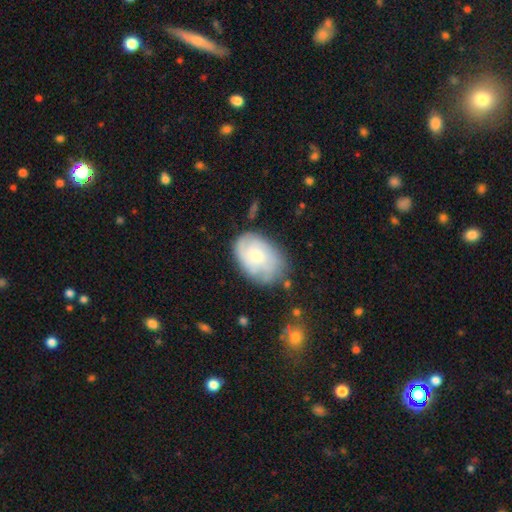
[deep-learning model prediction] Smooth or featured? featured or disk (51%)
Edge-on disk? no (96%)
Merging? none (69%)